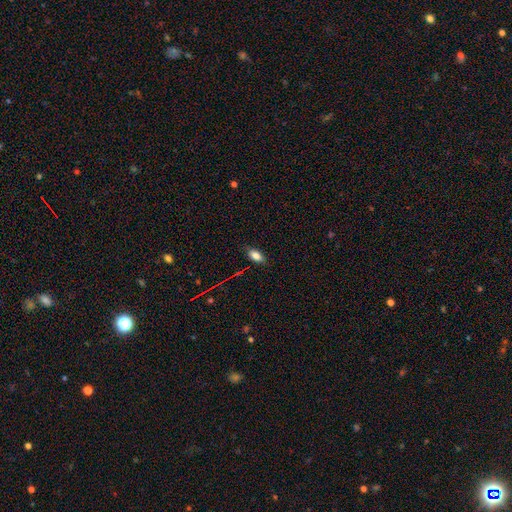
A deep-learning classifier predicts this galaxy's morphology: type=smooth (81%); roundness=in between (89%); merging=none (84%).